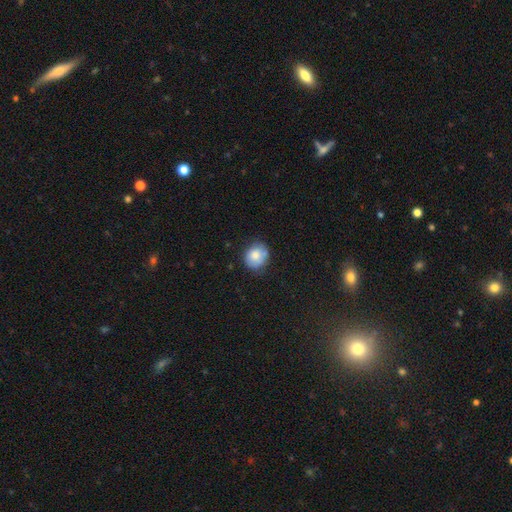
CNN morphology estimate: Smooth or featured? smooth (75%)
How rounded? round (71%)
Merging? none (69%)